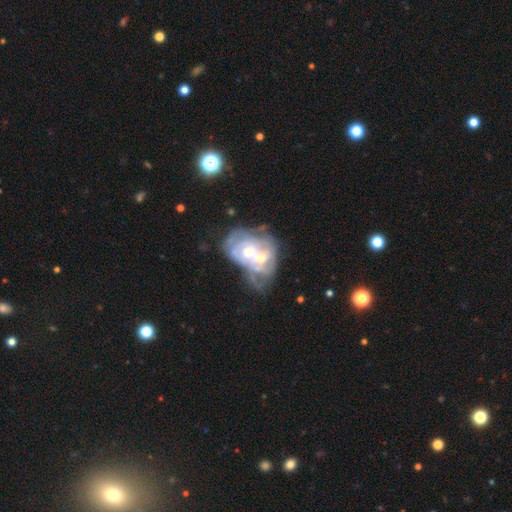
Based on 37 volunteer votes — A featured or disk galaxy (78%) with no bar (81%), no spiral arms (63%) and a moderate central bulge (74%). Merging: merger (81%).